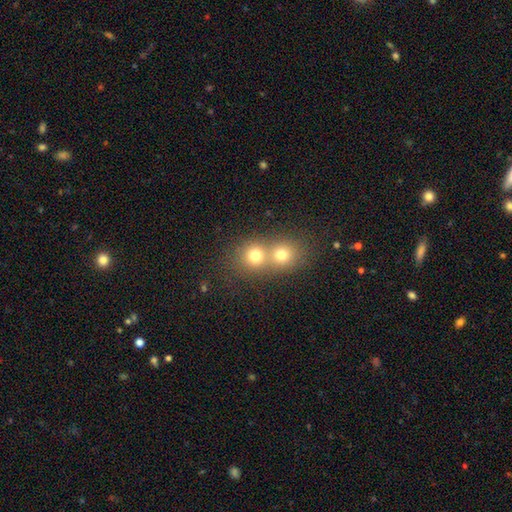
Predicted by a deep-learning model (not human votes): Smooth or featured? Predicted: smooth (p=0.73). How rounded? Predicted: round (p=0.82). Merging? Predicted: merger (p=0.60).